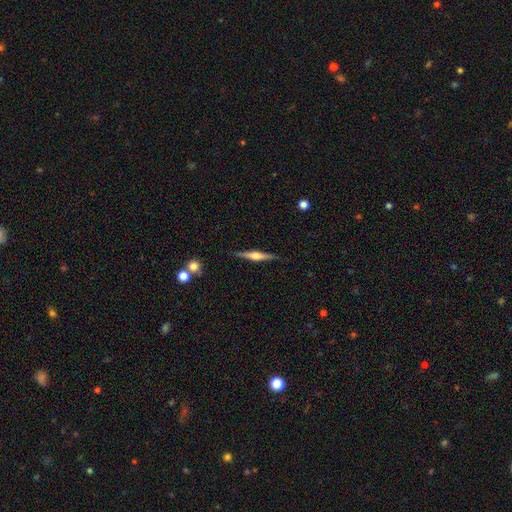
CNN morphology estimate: type=featured or disk (71%); edge-on=yes (98%); edge-on bulge=rounded (81%); merging=none (88%).